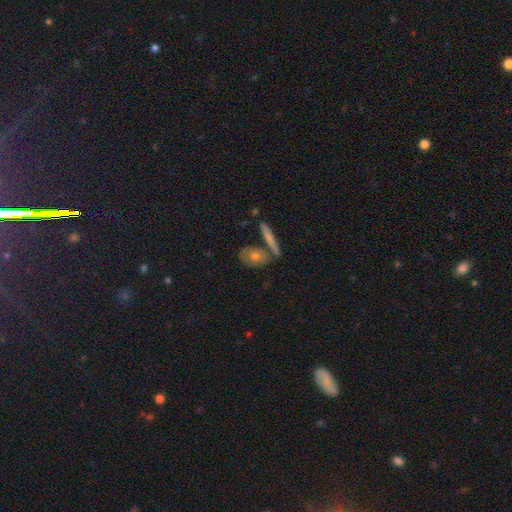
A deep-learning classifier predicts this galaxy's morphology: Smooth or featured?
  - smooth: 45% *
  - featured or disk: 44%
  - star or artifact: 11%
Merging?
  - none: 65% *
  - merger: 18%
  - minor disturbance: 12%
  - major disturbance: 5%